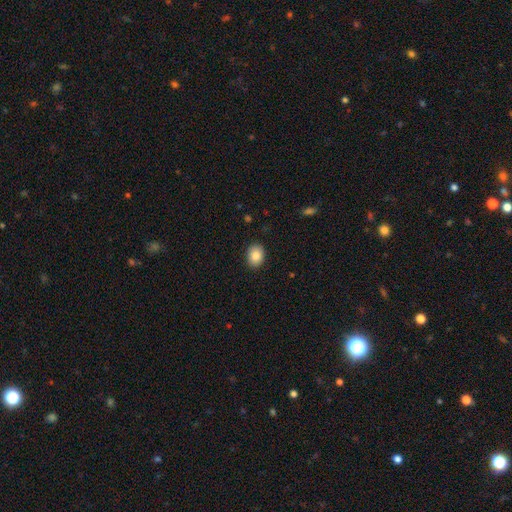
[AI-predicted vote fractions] Smooth or featured? smooth (86%)
How rounded? in between (63%)
Merging? none (89%)